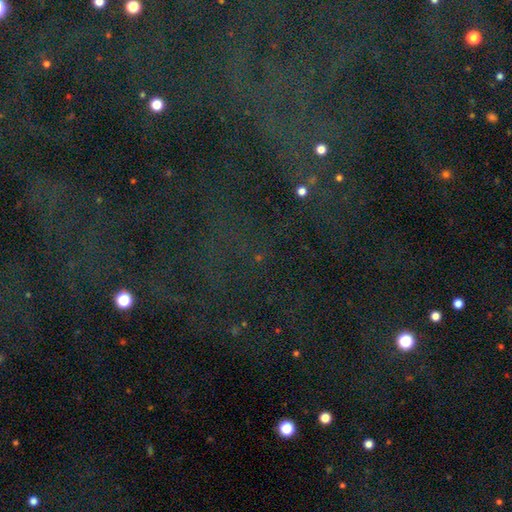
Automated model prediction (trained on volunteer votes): Smooth or featured? Predicted: star or artifact (p=0.79).